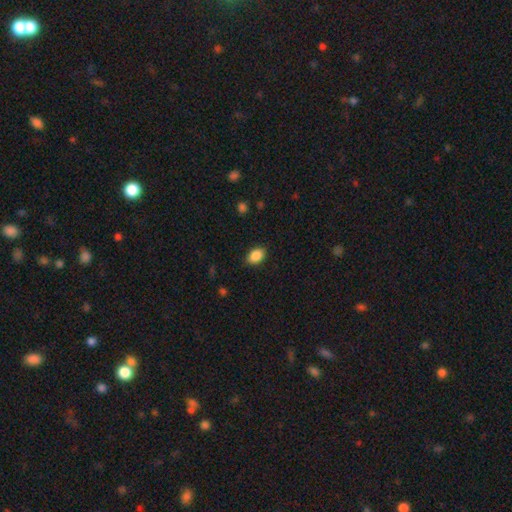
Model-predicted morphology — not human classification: smooth 88%, star or artifact 8%, featured or disk 4%. Down the decision tree: how rounded — in between (82%); merging — none (85%).